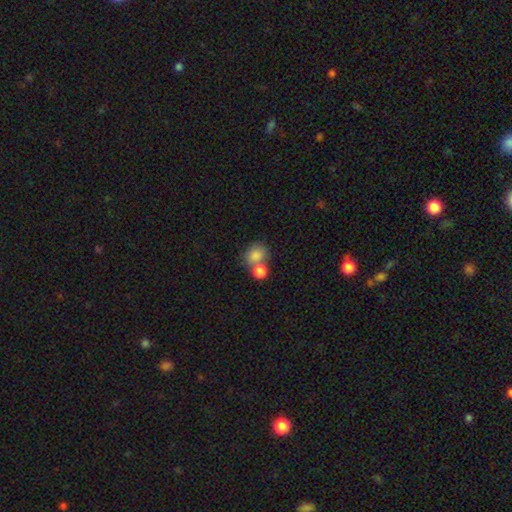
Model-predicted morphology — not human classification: Smooth or featured? smooth (83%)
How rounded? round (63%)
Merging? merger (44%)